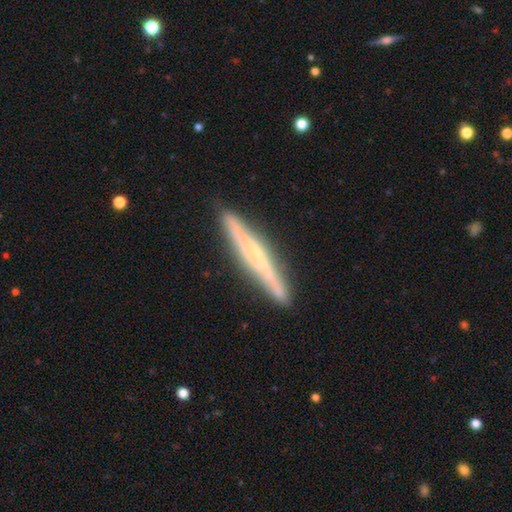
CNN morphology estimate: featured or disk 65%, smooth 28%, star or artifact 6%. Down the decision tree: edge-on disk — yes (92%); edge-on bulge — none (55%); merging — none (85%).